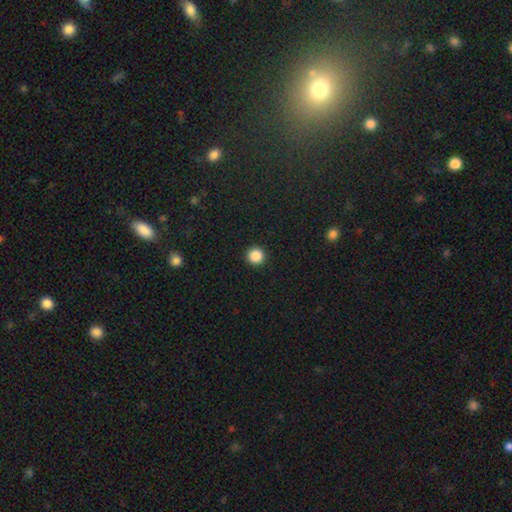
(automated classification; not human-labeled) Overall: smooth (86%). How rounded: round (96%). Merging: none (94%).